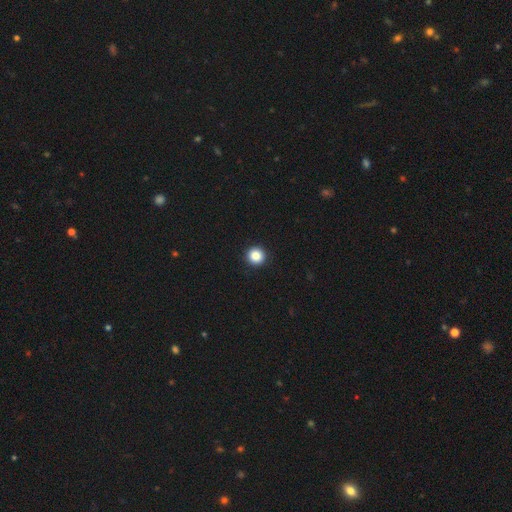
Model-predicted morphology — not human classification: Smooth or featured?
  - smooth: 86% *
  - star or artifact: 10%
  - featured or disk: 4%
How rounded?
  - round: 95% *
  - in between: 4%
  - cigar-shaped: 1%
Merging?
  - none: 94% *
  - minor disturbance: 4%
  - major disturbance: 1%
  - merger: 1%